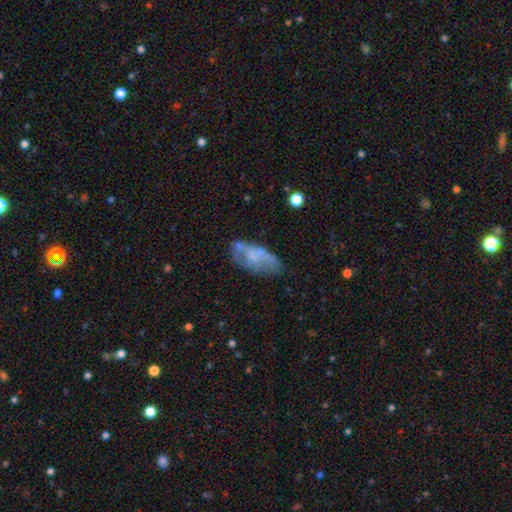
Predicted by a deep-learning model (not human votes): A featured or disk galaxy (49%). Merging: none (47%).